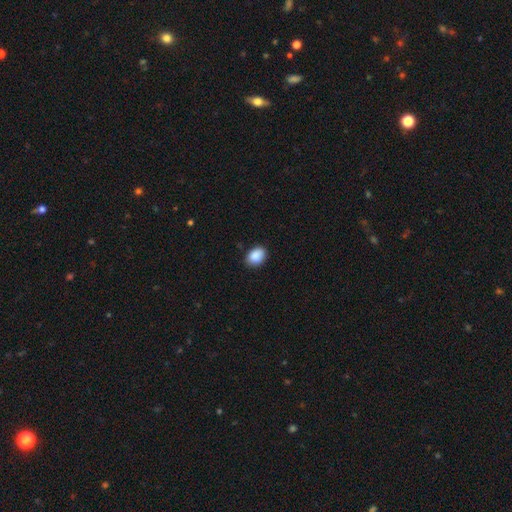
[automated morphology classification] A smooth galaxy with no disk features (89%) that is in between round and cigar-shaped (73%). Merging: none (84%).